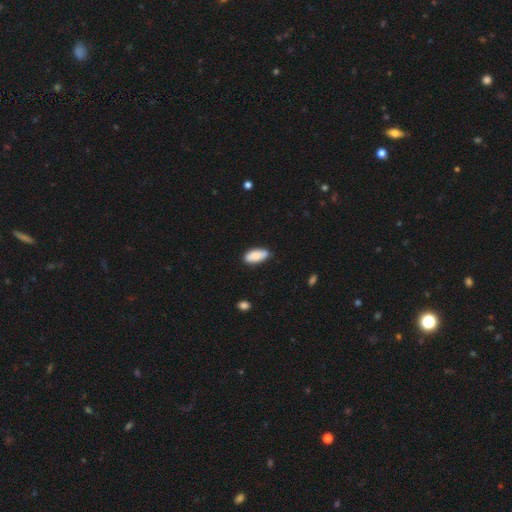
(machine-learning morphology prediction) A smooth galaxy with no disk features (87%) that is in between round and cigar-shaped (91%).

Vote fractions:
- Smooth or featured? smooth: 87% / featured or disk: 6% / star or artifact: 6%
- How rounded? in between: 91% / cigar-shaped: 7% / round: 2%
- Merging? none: 78% / minor disturbance: 18% / major disturbance: 3% / merger: 1%